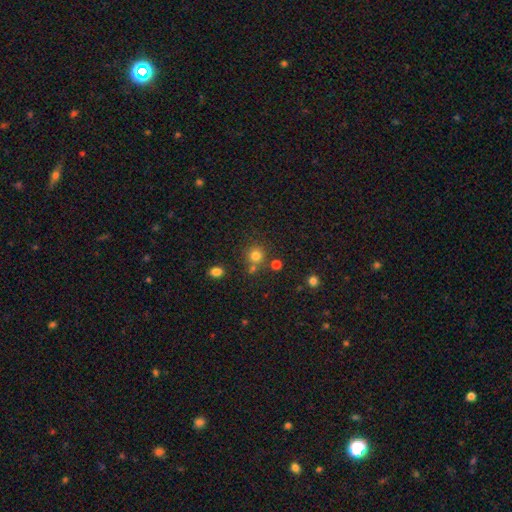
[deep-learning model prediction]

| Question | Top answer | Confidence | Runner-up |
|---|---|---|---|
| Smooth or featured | smooth | 78% | star or artifact (16%) |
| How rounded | round | 90% | in between (9%) |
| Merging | none | 71% | merger (16%) |